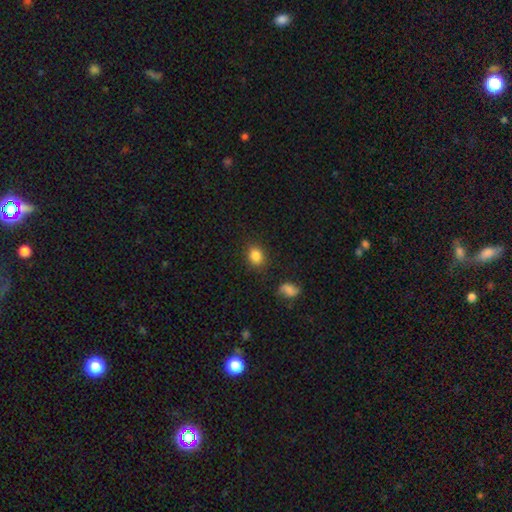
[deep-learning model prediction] Smooth or featured: smooth — 85% (star or artifact — 10%)
How rounded: round — 55% (in between — 44%)
Merging: none — 84% (minor disturbance — 10%)